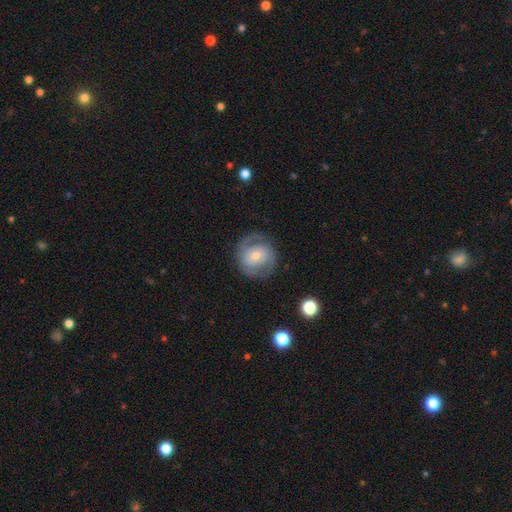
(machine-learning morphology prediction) smooth_or_featured: featured or disk (p=0.67) [alt: smooth p=0.27]
disk_edge_on: no (p=0.97) [alt: yes p=0.03]
bar: no (p=0.55) [alt: weak p=0.33]
has_spiral_arms: yes (p=0.81) [alt: no p=0.19]
spiral_winding: medium (p=0.42) [alt: tight p=0.41]
spiral_arm_count: 2 (p=0.74) [alt: can't tell p=0.14]
bulge_size: moderate (p=0.47) [alt: small p=0.46]
merging: none (p=0.74) [alt: minor disturbance p=0.15]